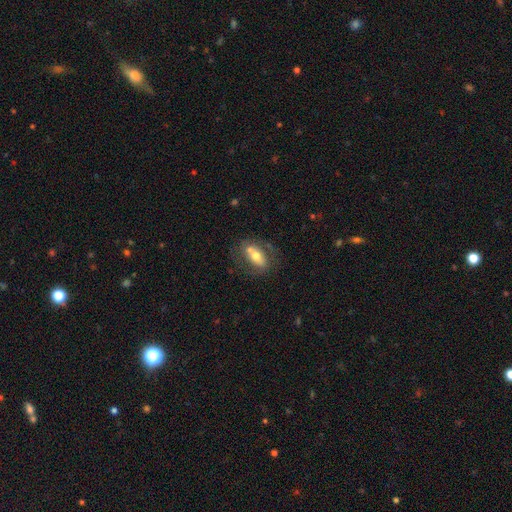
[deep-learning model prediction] smooth-or-featured: smooth: 51% | featured or disk: 42% | star or artifact: 7%
  how-rounded: in between: 83% | round: 9% | cigar-shaped: 8%
  merging: none: 50% | merger: 23% | minor disturbance: 17% | major disturbance: 9%